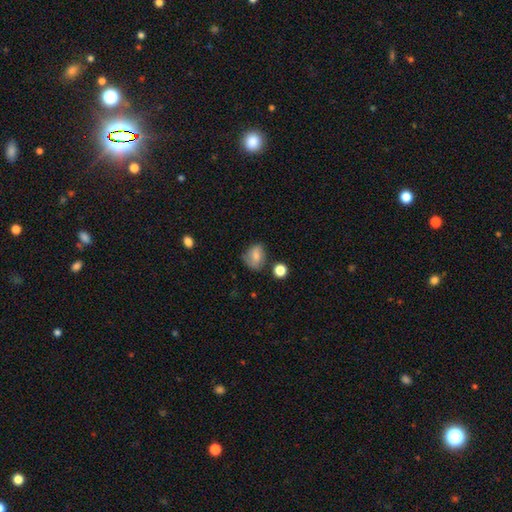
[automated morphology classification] smooth_or_featured: smooth (p=0.70) [alt: featured or disk p=0.19]
how_rounded: in between (p=0.58) [alt: round p=0.40]
merging: none (p=0.55) [alt: minor disturbance p=0.29]